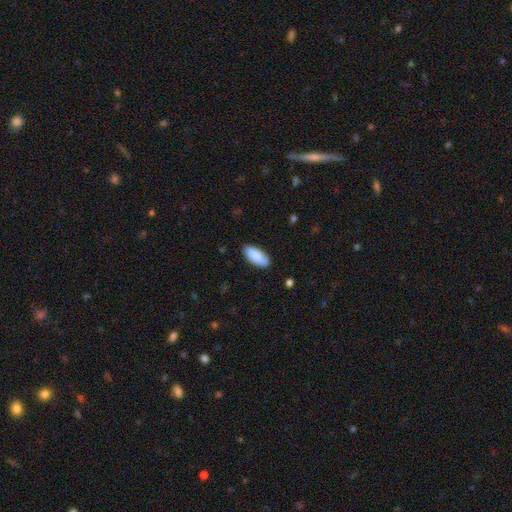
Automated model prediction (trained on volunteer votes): The model was most divided on "merging": none: 83%, minor disturbance: 14%, major disturbance: 2%, merger: 1%. More confident: how rounded — in between (90%); smooth or featured — smooth (88%).